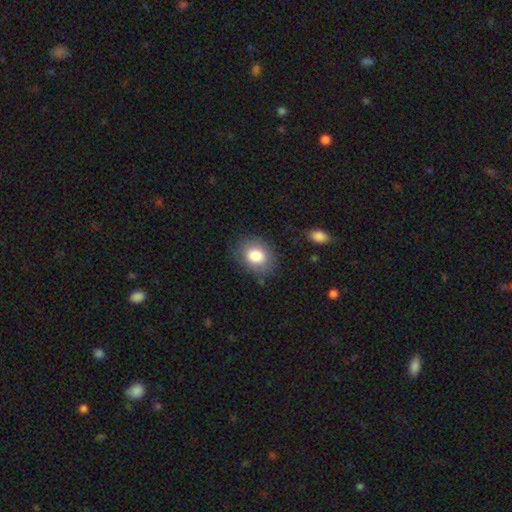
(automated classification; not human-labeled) smooth_or_featured: smooth (p=0.82) [alt: featured or disk p=0.10]
how_rounded: round (p=0.51) [alt: in between p=0.48]
merging: none (p=0.79) [alt: minor disturbance p=0.14]